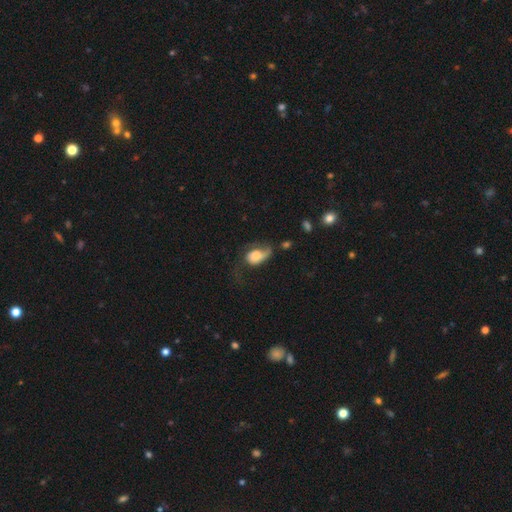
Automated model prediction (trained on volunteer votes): Q: Smooth or featured?
A: smooth (47%); runner-up: featured or disk (45%)
Q: Merging?
A: major disturbance (43%); runner-up: none (28%)